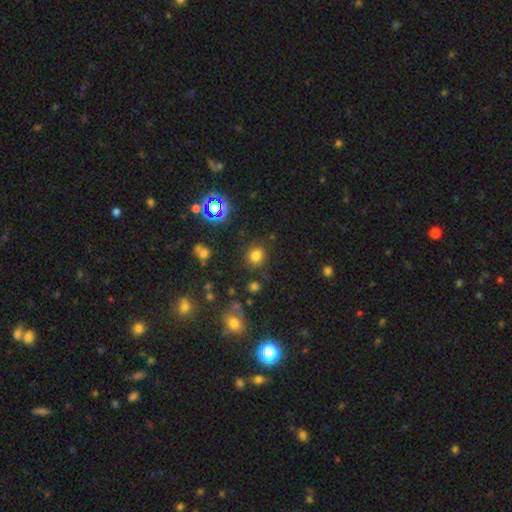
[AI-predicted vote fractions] This appears to be a smooth galaxy with no disk features (74%) that is round (82%). Merging: none (82%).